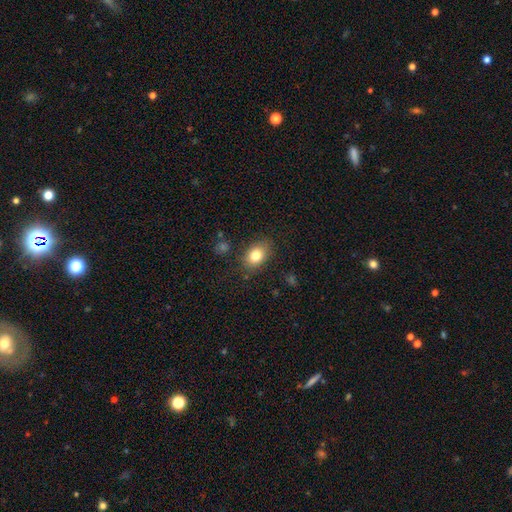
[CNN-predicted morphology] Q: Smooth or featured?
A: smooth (81%); runner-up: featured or disk (10%)
Q: How rounded?
A: in between (79%); runner-up: round (20%)
Q: Merging?
A: none (83%); runner-up: minor disturbance (12%)